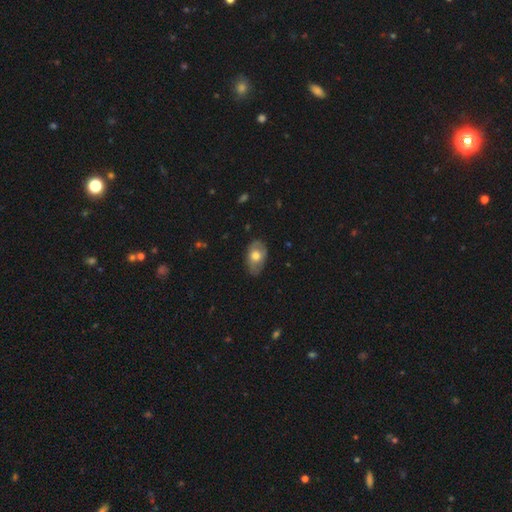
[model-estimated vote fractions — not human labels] smooth_or_featured: smooth (p=0.58) [alt: featured or disk p=0.35]
how_rounded: in between (p=0.88) [alt: round p=0.11]
merging: none (p=0.69) [alt: minor disturbance p=0.25]